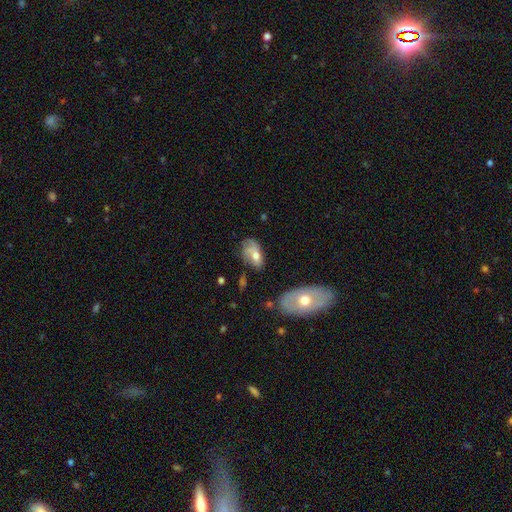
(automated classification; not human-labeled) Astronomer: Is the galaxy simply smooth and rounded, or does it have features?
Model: smooth — 58% (runner-up: featured or disk, 34%).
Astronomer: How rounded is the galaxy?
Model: in between — 90%.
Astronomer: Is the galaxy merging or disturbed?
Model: none — 43% (runner-up: minor disturbance, 33%).